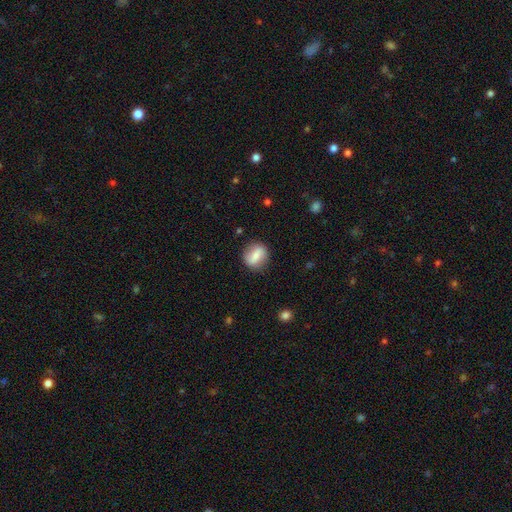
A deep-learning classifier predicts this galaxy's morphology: Overall: smooth (62%; featured or disk 31%). How rounded: round (71%). Merging: none (84%).